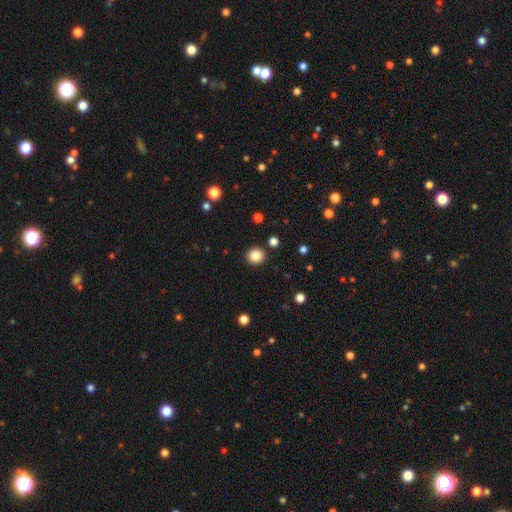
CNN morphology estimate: smooth 85%, star or artifact 11%, featured or disk 4%. Down the decision tree: how rounded — round (87%); merging — none (91%).